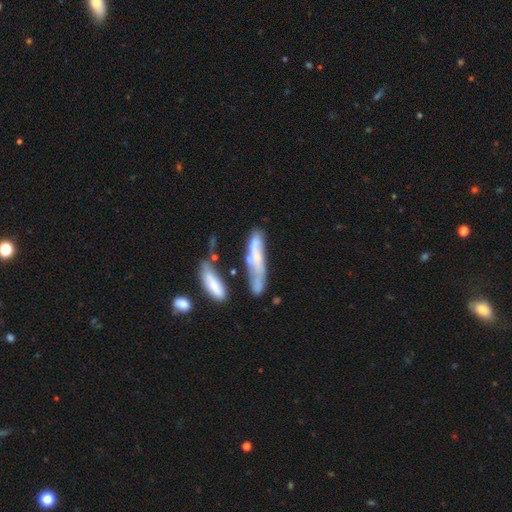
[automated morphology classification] Smooth or featured? Predicted: featured or disk (p=0.47). Merging? Predicted: none (p=0.32).